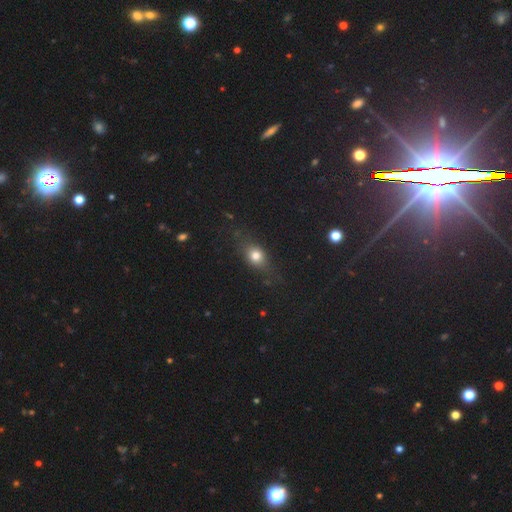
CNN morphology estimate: Smooth or featured: smooth — 72% (star or artifact — 14%)
How rounded: in between — 52% (round — 40%)
Merging: none — 73% (minor disturbance — 17%)